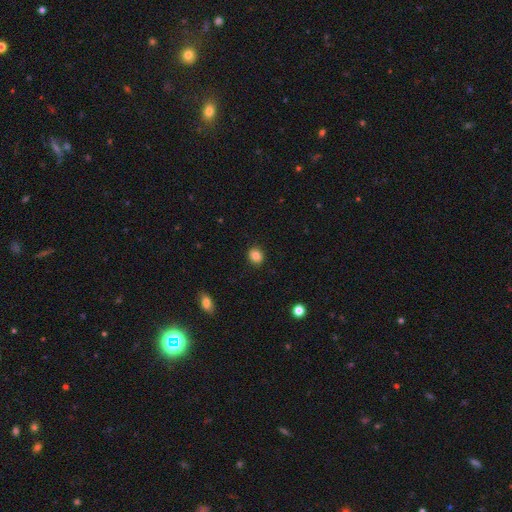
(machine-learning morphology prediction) type=smooth (85%); roundness=round (63%); merging=none (89%).